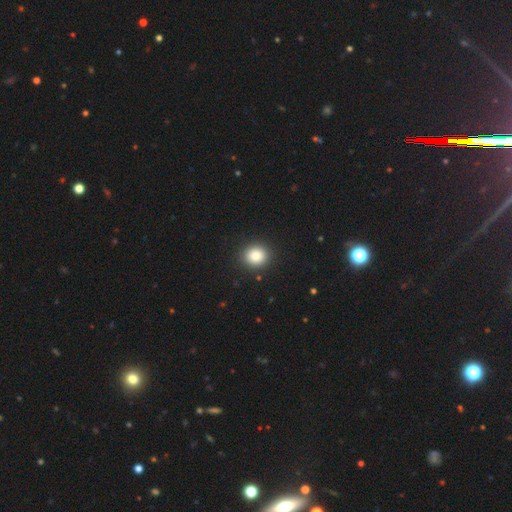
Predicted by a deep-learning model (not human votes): Overall: smooth (84%). How rounded: round (82%). Merging: none (91%).